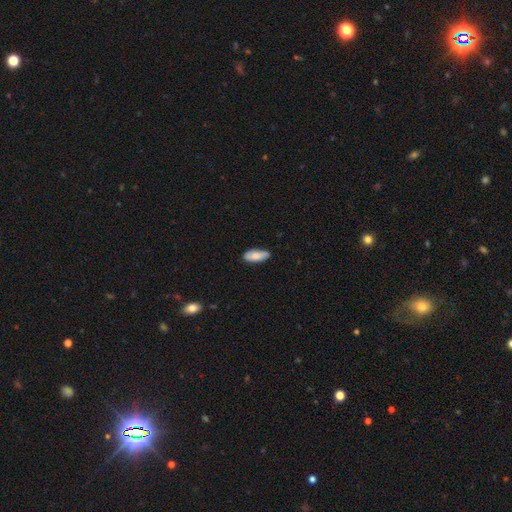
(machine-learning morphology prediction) smooth 80%, featured or disk 14%, star or artifact 6%. Down the decision tree: how rounded — in between (80%); merging — none (81%).